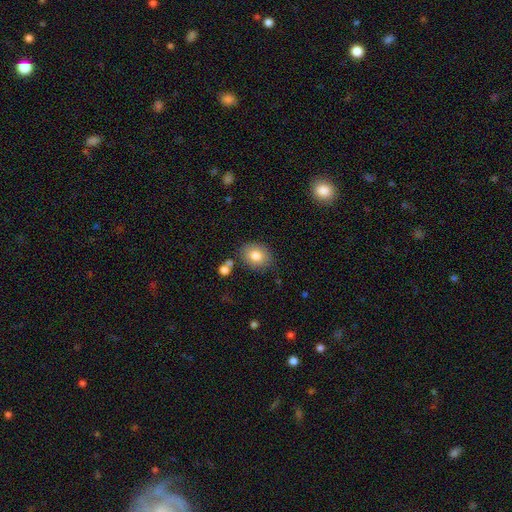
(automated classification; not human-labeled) Overall: smooth (81%). How rounded: in between (53%; round 46%). Merging: none (80%).